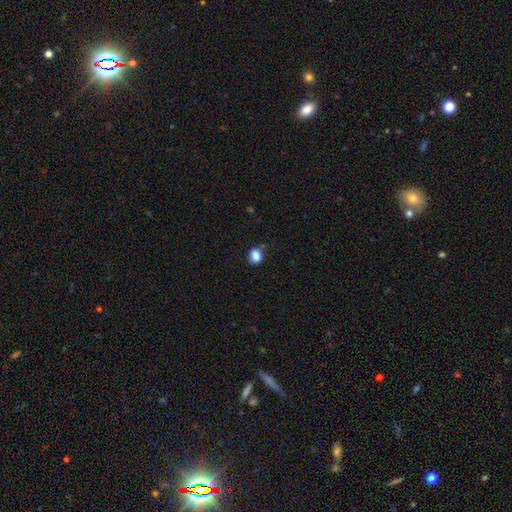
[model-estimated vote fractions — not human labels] Morphology: type=smooth (86%); roundness=round (53%); merging=none (77%).